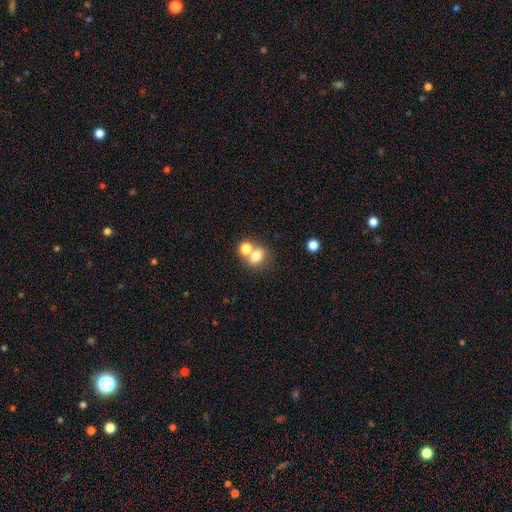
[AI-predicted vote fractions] The model was most divided on "merging": none: 45%, merger: 41%, minor disturbance: 9%, major disturbance: 5%. More confident: smooth or featured — smooth (74%); how rounded — round (52%).